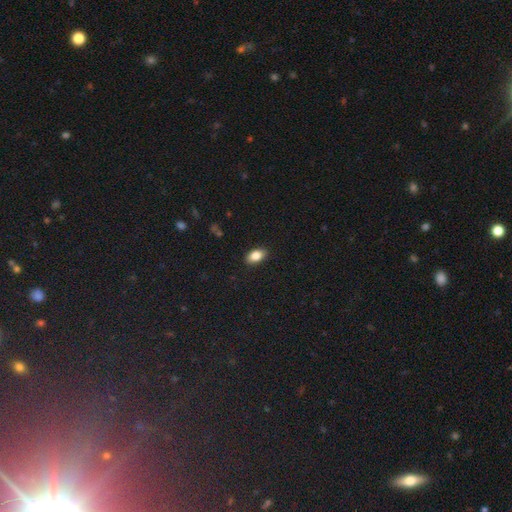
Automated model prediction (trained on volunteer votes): Smooth or featured?
  - smooth: 85% *
  - star or artifact: 8%
  - featured or disk: 7%
How rounded?
  - in between: 91% *
  - round: 7%
  - cigar-shaped: 3%
Merging?
  - none: 88% *
  - minor disturbance: 9%
  - major disturbance: 2%
  - merger: 1%